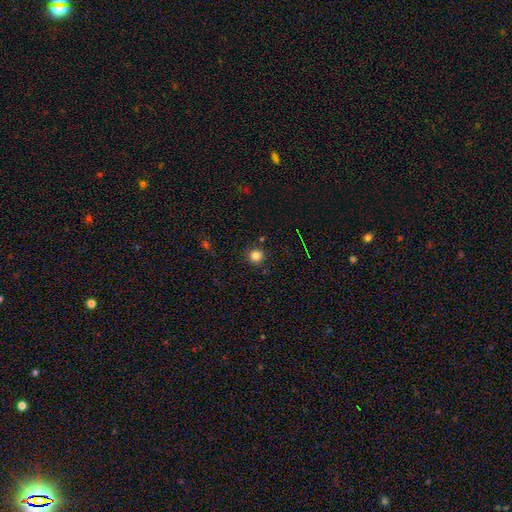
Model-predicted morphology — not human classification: The model was most divided on "smooth or featured": smooth: 83%, star or artifact: 13%, featured or disk: 4%. More confident: how rounded — round (92%); merging — none (88%).